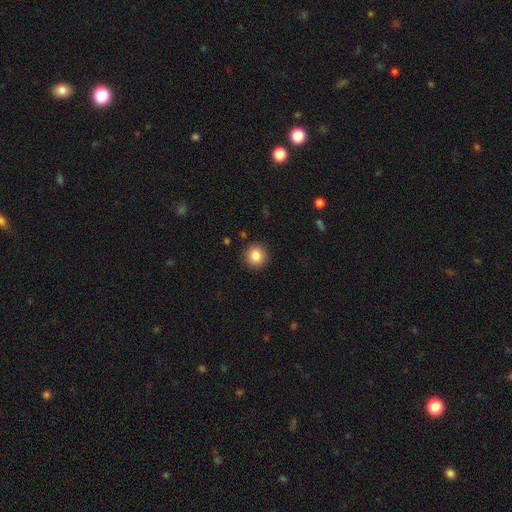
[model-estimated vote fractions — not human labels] Smooth or featured? Predicted: smooth (p=0.85). How rounded? Predicted: round (p=0.94). Merging? Predicted: none (p=0.92).